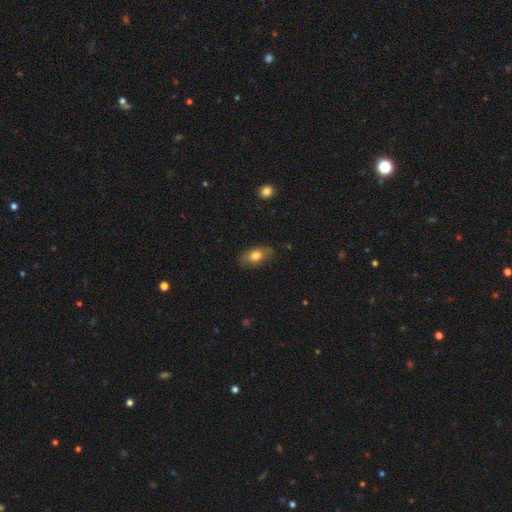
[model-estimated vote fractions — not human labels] Smooth or featured? Predicted: smooth (p=0.76). How rounded? Predicted: in between (p=0.86). Merging? Predicted: none (p=0.77).